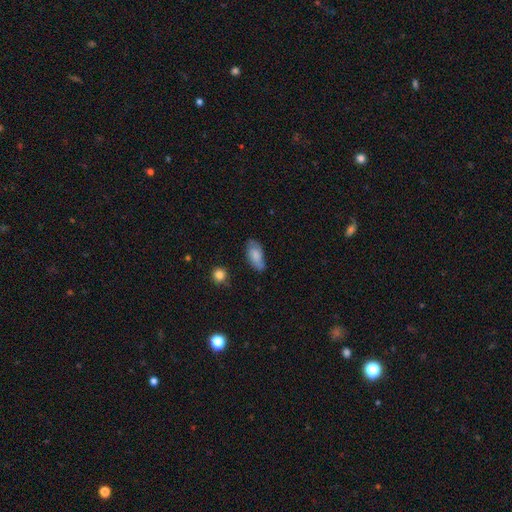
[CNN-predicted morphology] Q: Smooth or featured?
A: smooth (74%); runner-up: featured or disk (18%)
Q: How rounded?
A: in between (89%); runner-up: cigar-shaped (7%)
Q: Merging?
A: none (58%); runner-up: minor disturbance (32%)